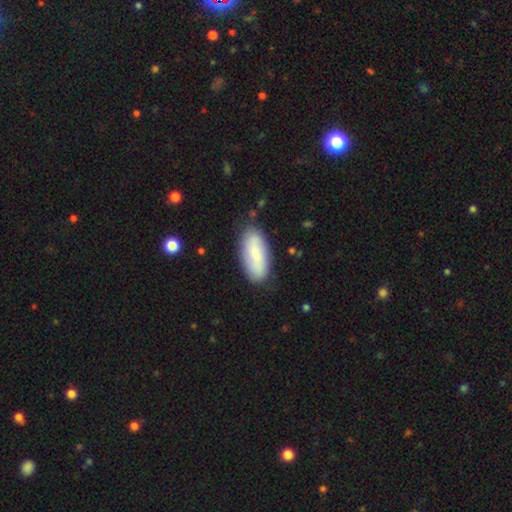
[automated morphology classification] Smooth or featured? smooth (68%)
How rounded? in between (84%)
Merging? none (82%)